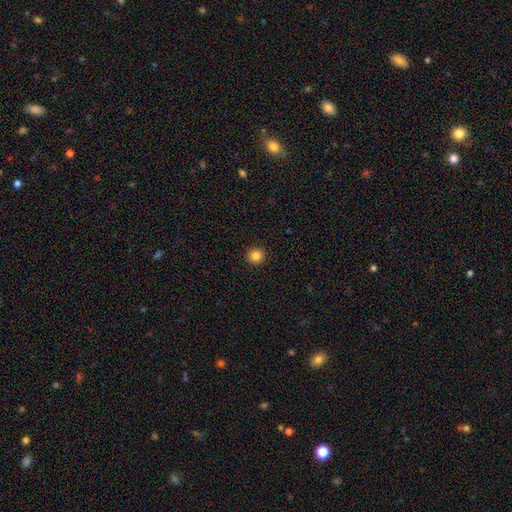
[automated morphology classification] Smooth or featured: smooth — 84% (star or artifact — 11%)
How rounded: round — 92% (in between — 7%)
Merging: none — 93% (minor disturbance — 4%)